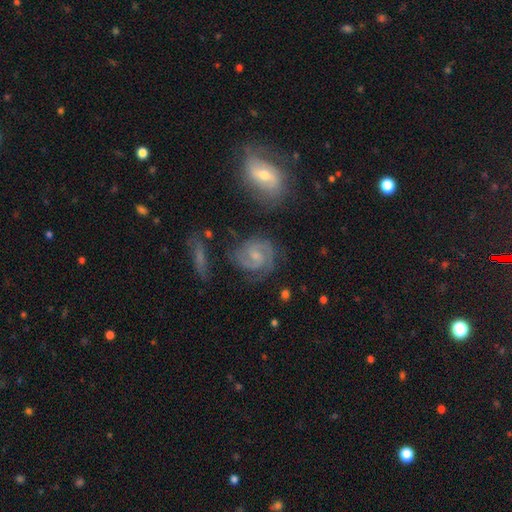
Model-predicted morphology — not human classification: Smooth or featured? featured or disk (86%)
Edge-on disk? no (98%)
Bar? weak (48%)
Spiral arms? yes (97%)
Spiral winding? tight (46%)
Spiral arm count? 2 (83%)
Bulge size? small (55%)
Merging? none (72%)